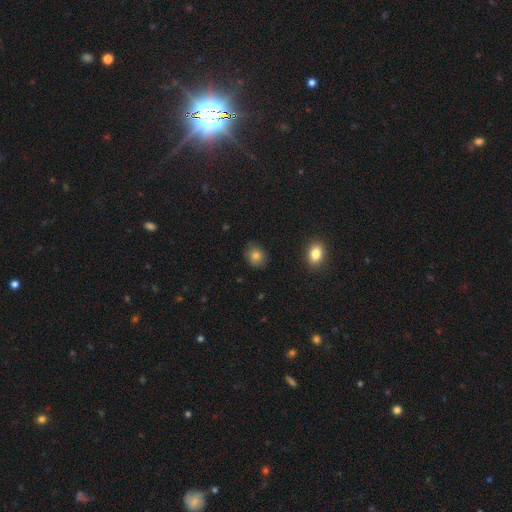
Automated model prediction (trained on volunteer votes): Overall: smooth (81%). How rounded: round (68%; in between 31%). Merging: none (85%).